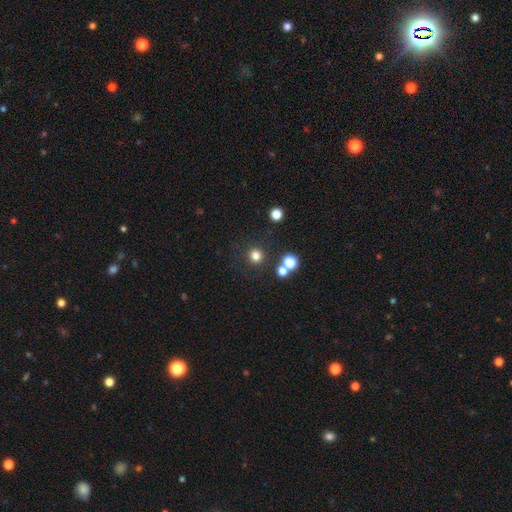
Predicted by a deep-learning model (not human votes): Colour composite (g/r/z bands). It shows a smooth galaxy with no disk features (78%) that is round (95%). Merging: none (83%).